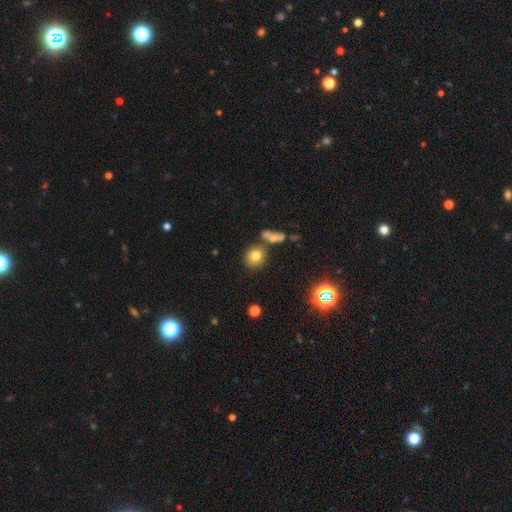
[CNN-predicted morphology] The model was most divided on "merging": none: 71%, merger: 15%, minor disturbance: 10%, major disturbance: 4%. More confident: how rounded — round (82%); smooth or featured — smooth (75%).